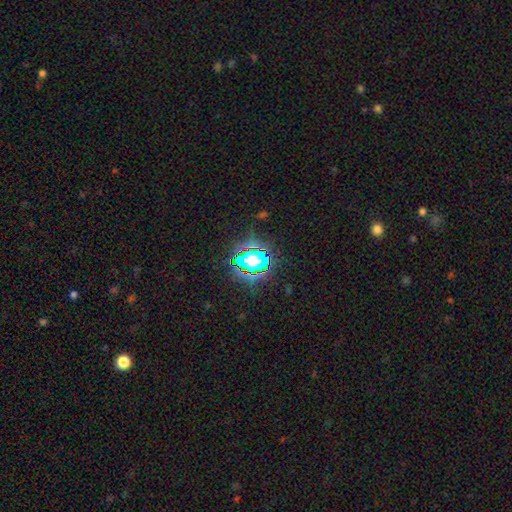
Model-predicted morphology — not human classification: Q: Smooth or featured?
A: star or artifact (56%); runner-up: smooth (31%)